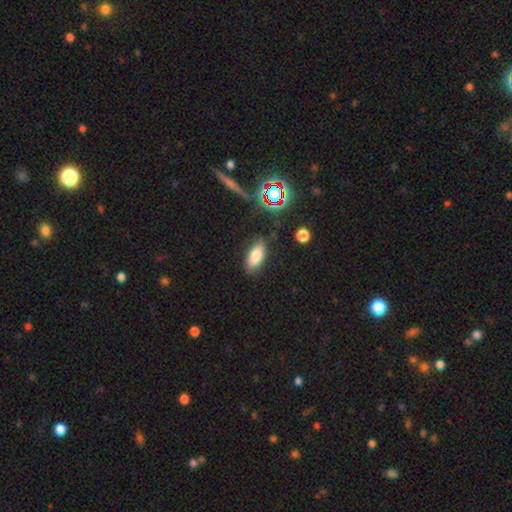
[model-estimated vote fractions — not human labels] This appears to be a smooth galaxy with no disk features (78%) that is in between round and cigar-shaped (87%). Merging: none (82%).